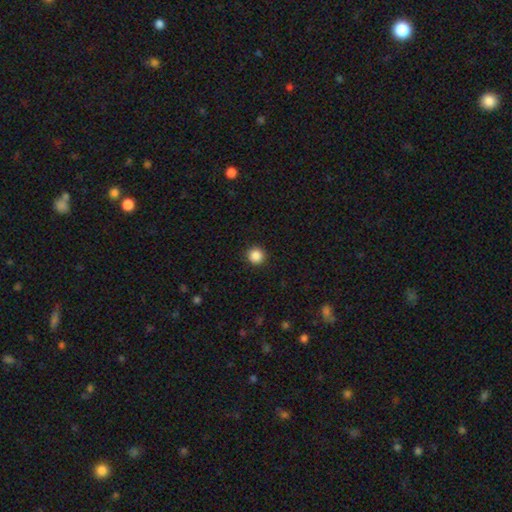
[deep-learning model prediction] A smooth galaxy with no disk features (87%) that is round (95%). Merging: none (93%).